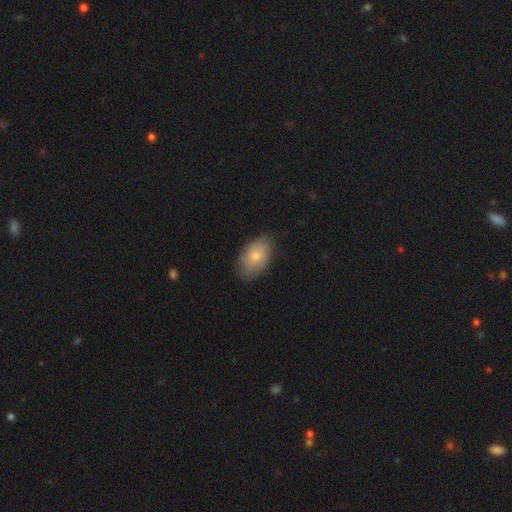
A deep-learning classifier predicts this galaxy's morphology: Smooth or featured: smooth — 65% (featured or disk — 29%)
How rounded: in between — 89% (round — 9%)
Merging: none — 77% (minor disturbance — 19%)